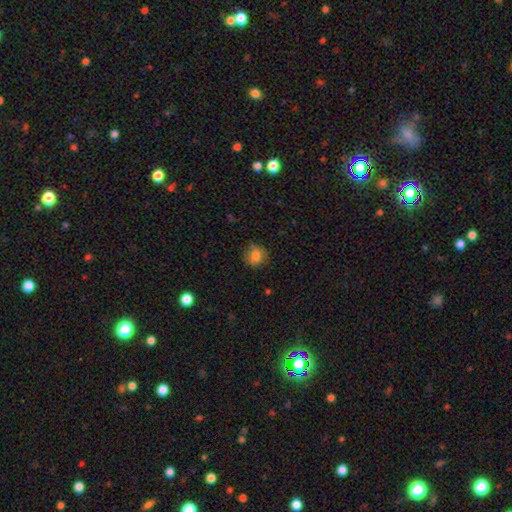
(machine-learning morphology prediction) Smooth or featured? smooth (80%)
How rounded? round (87%)
Merging? none (80%)